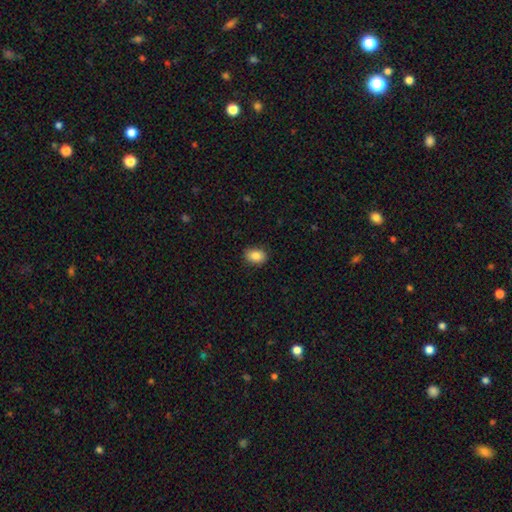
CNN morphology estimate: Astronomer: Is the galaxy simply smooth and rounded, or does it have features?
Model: smooth — 86%.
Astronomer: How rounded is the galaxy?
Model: in between — 76%.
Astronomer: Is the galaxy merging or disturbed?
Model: none — 87%.